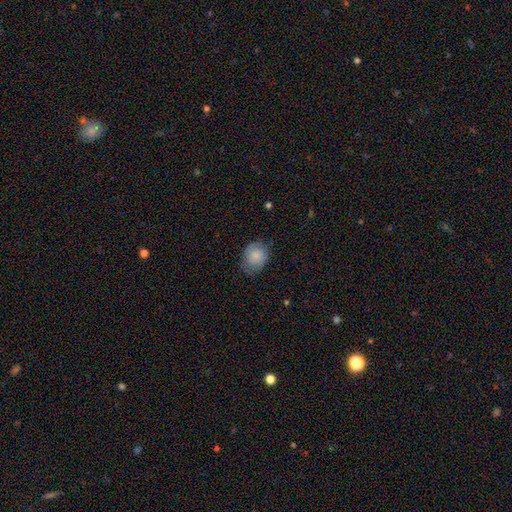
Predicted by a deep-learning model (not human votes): Smooth or featured: smooth — 80% (featured or disk — 13%)
How rounded: round — 53% (in between — 46%)
Merging: none — 65% (minor disturbance — 27%)